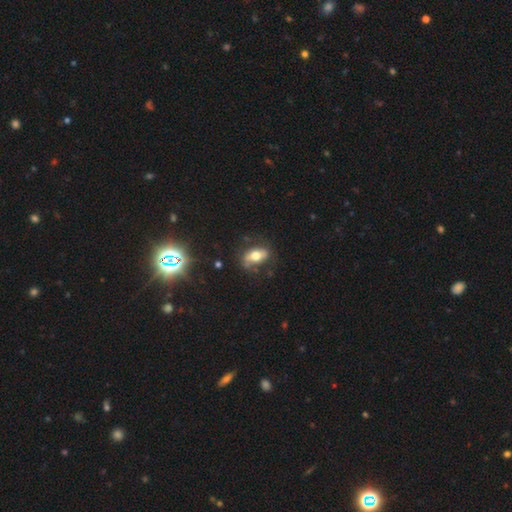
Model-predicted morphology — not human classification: Smooth or featured?
  - smooth: 58% *
  - featured or disk: 32%
  - star or artifact: 10%
How rounded?
  - in between: 82% *
  - round: 10%
  - cigar-shaped: 8%
Merging?
  - none: 65% *
  - minor disturbance: 22%
  - major disturbance: 9%
  - merger: 3%